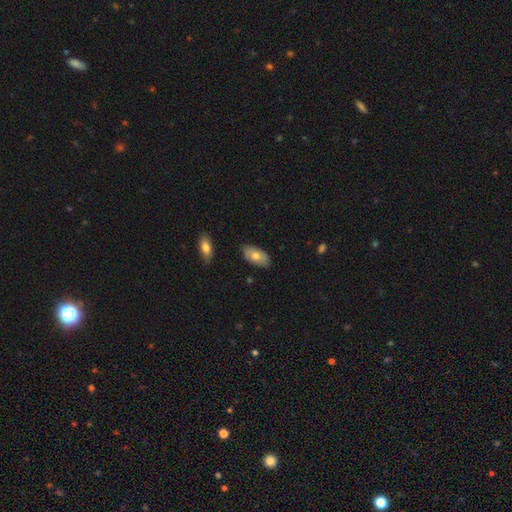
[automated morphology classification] Smooth or featured? smooth (75%)
How rounded? in between (94%)
Merging? none (84%)